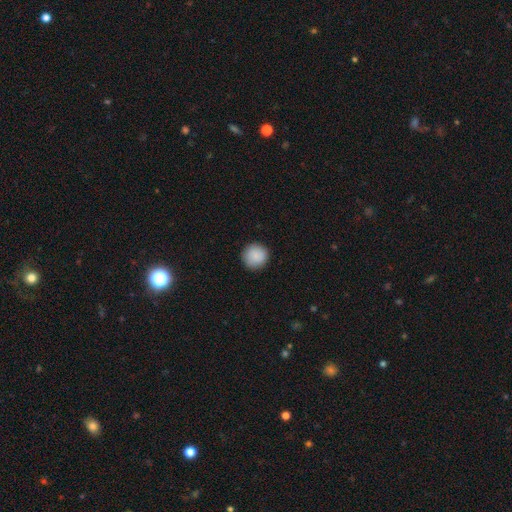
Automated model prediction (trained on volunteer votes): Smooth or featured?
  - smooth: 89% *
  - star or artifact: 7%
  - featured or disk: 3%
How rounded?
  - round: 95% *
  - in between: 4%
  - cigar-shaped: 1%
Merging?
  - none: 91% *
  - minor disturbance: 7%
  - major disturbance: 2%
  - merger: 1%